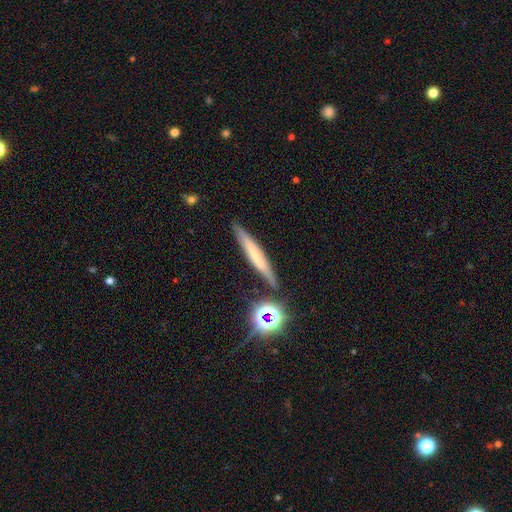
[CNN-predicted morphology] type=smooth (51%); roundness=cigar-shaped (92%); merging=none (83%).